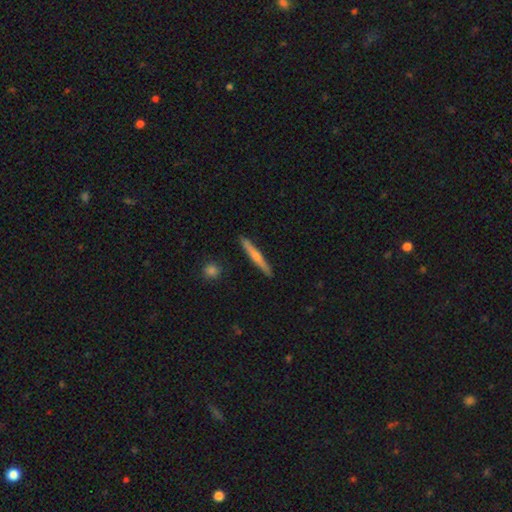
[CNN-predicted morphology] Smooth or featured? featured or disk (51%)
Edge-on disk? yes (97%)
Merging? none (90%)